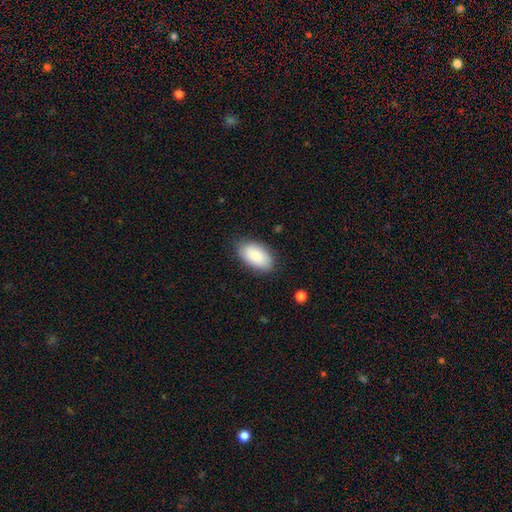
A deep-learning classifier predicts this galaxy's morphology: Overall: smooth (88%). How rounded: in between (95%). Merging: none (82%).